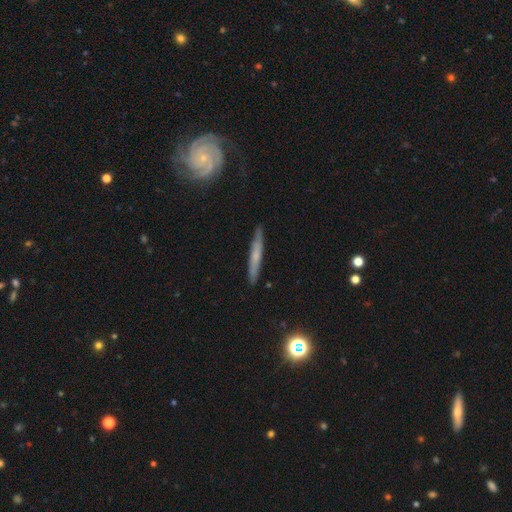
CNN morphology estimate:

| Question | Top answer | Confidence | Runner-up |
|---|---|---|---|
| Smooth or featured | smooth | 47% | featured or disk (46%) |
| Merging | none | 87% | minor disturbance (9%) |